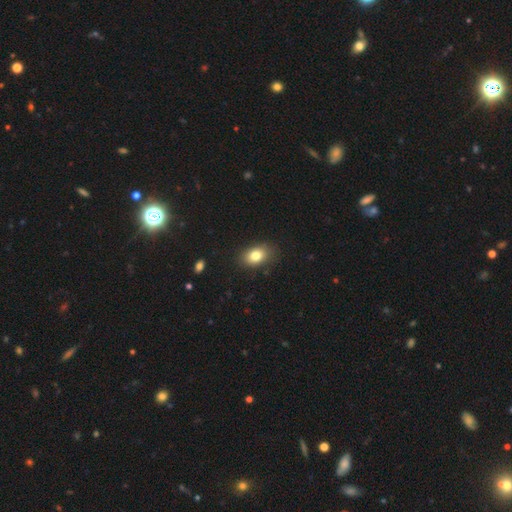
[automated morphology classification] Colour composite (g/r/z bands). It shows a smooth galaxy with no disk features (81%) that is in between round and cigar-shaped (81%). Merging: none (84%).